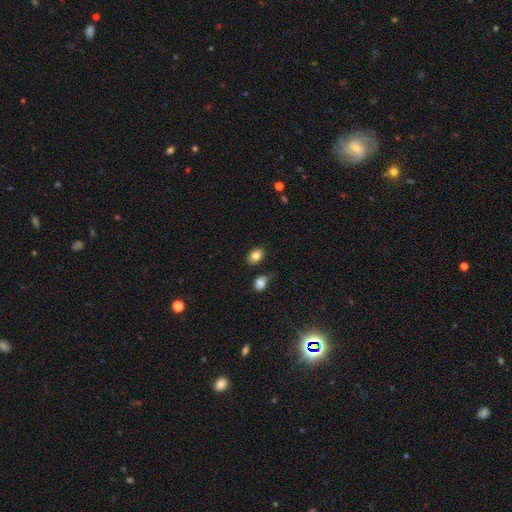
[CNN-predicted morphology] A smooth galaxy with no disk features (82%) that is in between round and cigar-shaped (80%).

Vote fractions:
- Smooth or featured? smooth: 82% / star or artifact: 9% / featured or disk: 9%
- How rounded? in between: 80% / round: 19% / cigar-shaped: 1%
- Merging? none: 78% / minor disturbance: 12% / merger: 6% / major disturbance: 3%